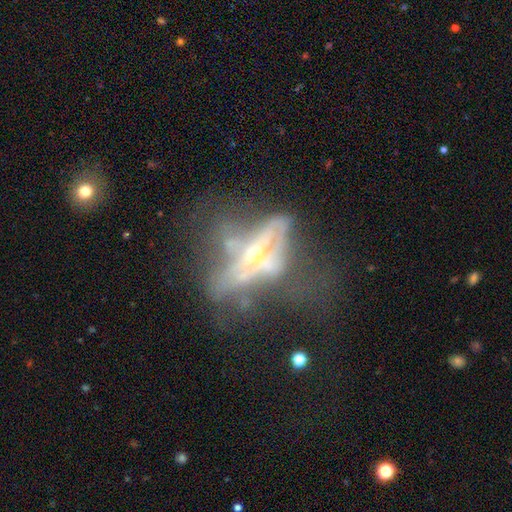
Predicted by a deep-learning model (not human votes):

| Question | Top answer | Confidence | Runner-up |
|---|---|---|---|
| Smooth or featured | featured or disk | 68% | smooth (17%) |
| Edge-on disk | no | 57% | yes (43%) |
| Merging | major disturbance | 43% | none (25%) |